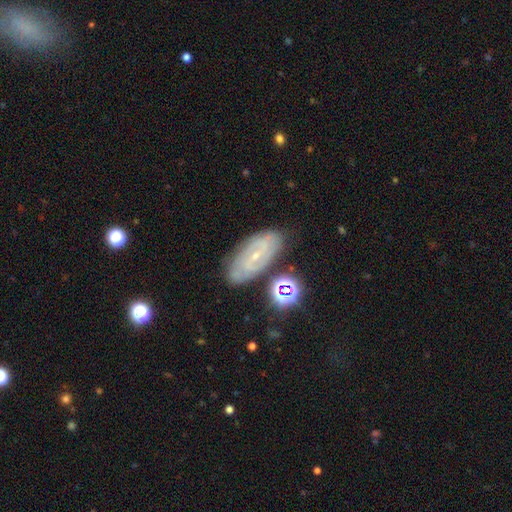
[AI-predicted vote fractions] Smooth or featured? Predicted: featured or disk (p=0.64). Edge-on disk? Predicted: no (p=0.89). Bar? Predicted: no (p=0.58). Spiral arms? Predicted: yes (p=0.78). Bulge size? Predicted: small (p=0.81). Merging? Predicted: none (p=0.76).